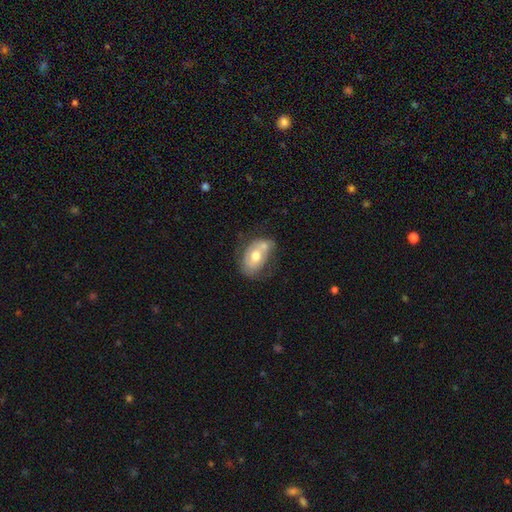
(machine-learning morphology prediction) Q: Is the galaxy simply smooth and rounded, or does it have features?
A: smooth — 50%.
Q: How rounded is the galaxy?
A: in between — 84%.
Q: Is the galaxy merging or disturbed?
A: none — 35%.